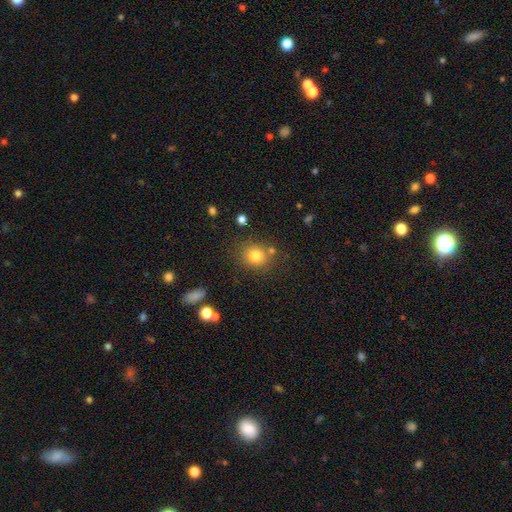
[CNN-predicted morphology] This is likely a smooth galaxy (79%). How rounded: likely round (77%). Merging: likely none (77%).